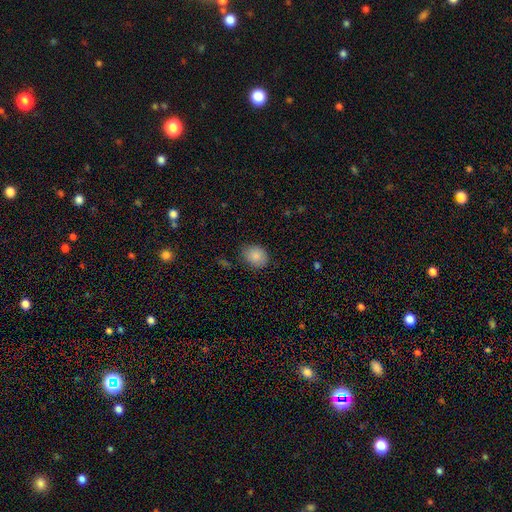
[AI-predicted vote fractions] The model was most divided on "how rounded" (2-way tie): in between: 50%, round: 50%, cigar-shaped: 1%. More confident: smooth or featured — smooth (86%); merging — none (79%).